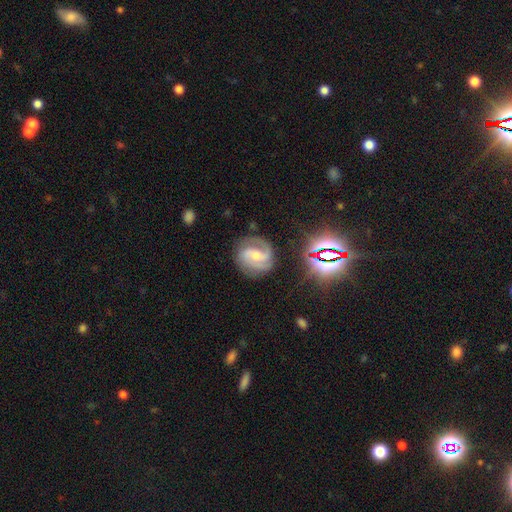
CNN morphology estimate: Q: Smooth or featured?
A: featured or disk (83%); runner-up: smooth (8%)
Q: Edge-on disk?
A: no (98%); runner-up: yes (2%)
Q: Bar?
A: weak (45%); runner-up: no (29%)
Q: Spiral arms?
A: yes (97%); runner-up: no (3%)
Q: Spiral winding?
A: medium (50%); runner-up: tight (35%)
Q: Spiral arm count?
A: 2 (67%); runner-up: 3 (18%)
Q: Bulge size?
A: moderate (49%); runner-up: small (45%)
Q: Merging?
A: none (77%); runner-up: minor disturbance (15%)